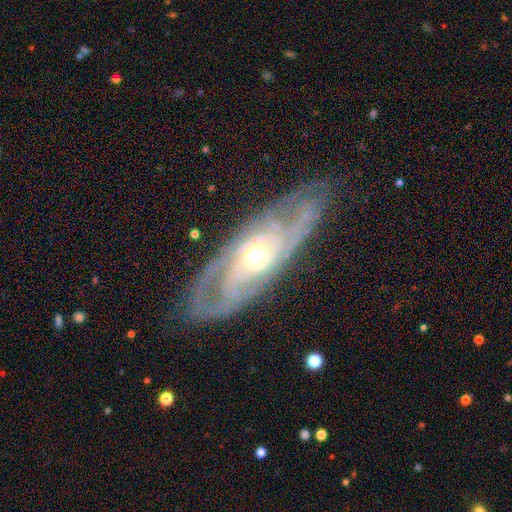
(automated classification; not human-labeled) This is clearly a featured or disk galaxy (86%). It is clearly not viewed edge-on (84%). Bar: likely no (73%). Spiral arm pattern: clearly yes (90%). Spiral arm count: marginally 2 (38%). Spiral winding: likely tight (61%). Central bulge: likely moderate (67%). Merging: likely none (76%).